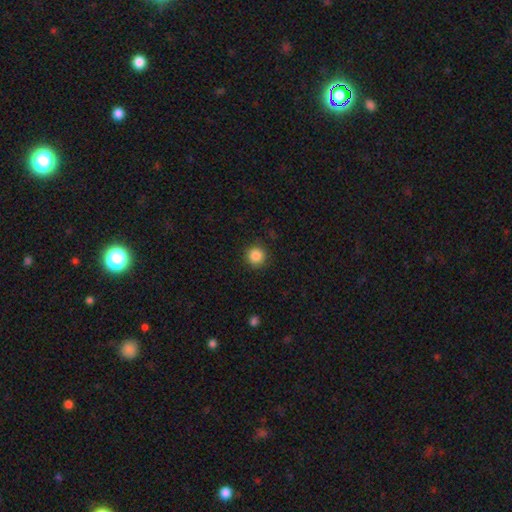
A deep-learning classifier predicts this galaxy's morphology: smooth-or-featured: smooth: 86% | star or artifact: 10% | featured or disk: 4%
  how-rounded: round: 95% | in between: 4% | cigar-shaped: 1%
  merging: none: 91% | minor disturbance: 6% | major disturbance: 2% | merger: 1%